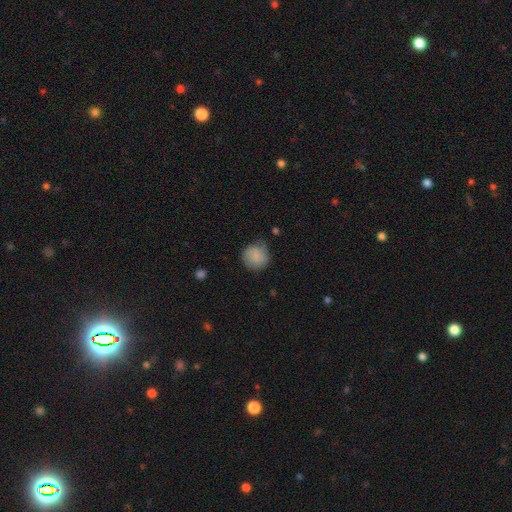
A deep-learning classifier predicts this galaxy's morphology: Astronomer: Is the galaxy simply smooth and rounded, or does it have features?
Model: smooth — 83%.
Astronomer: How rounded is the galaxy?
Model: round — 88%.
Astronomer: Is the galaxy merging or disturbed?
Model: none — 68%.